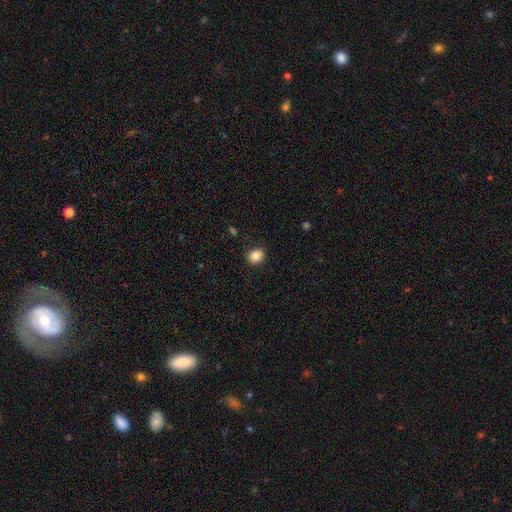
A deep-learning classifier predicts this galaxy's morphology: The model was most divided on "how rounded": round: 64%, in between: 35%, cigar-shaped: 1%. More confident: merging — none (89%); smooth or featured — smooth (85%).